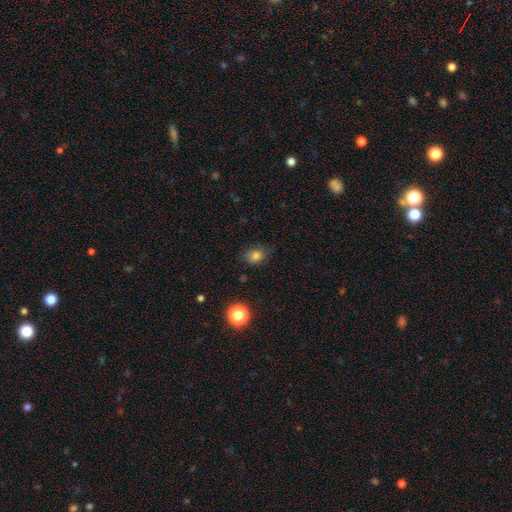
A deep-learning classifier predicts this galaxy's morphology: This appears to be a smooth galaxy with no disk features (79%) that is in between round and cigar-shaped (53%). Merging: none (74%).